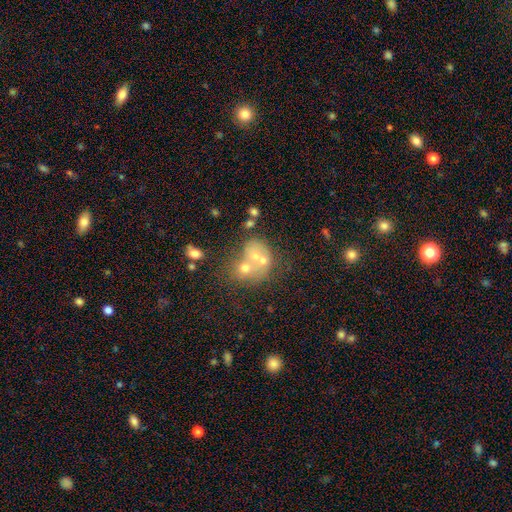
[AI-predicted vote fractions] smooth_or_featured: smooth (p=0.47) [alt: featured or disk p=0.38]
merging: merger (p=0.63) [alt: none p=0.23]